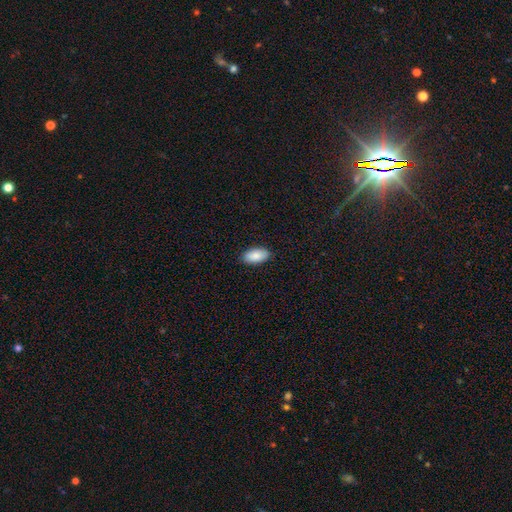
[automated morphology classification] This appears to be a smooth galaxy with no disk features (88%) that is in between round and cigar-shaped (94%). Merging: none (89%).